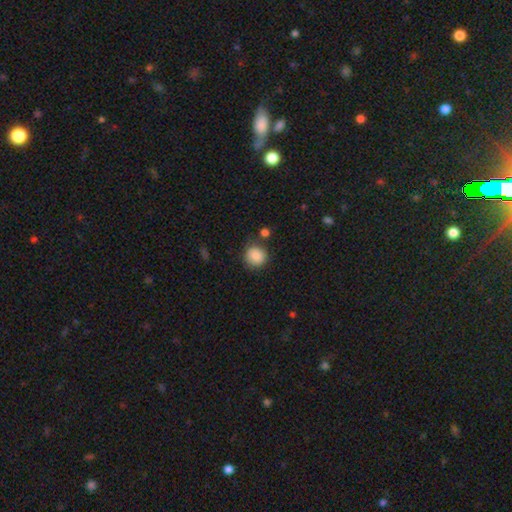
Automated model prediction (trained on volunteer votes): Morphology: type=smooth (86%); roundness=round (90%); merging=none (81%).